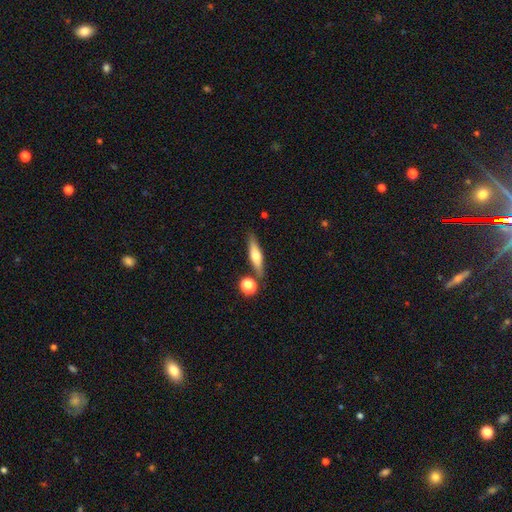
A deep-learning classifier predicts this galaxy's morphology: Q: Smooth or featured?
A: featured or disk (50%); runner-up: smooth (43%)
Q: Merging?
A: none (78%); runner-up: minor disturbance (11%)